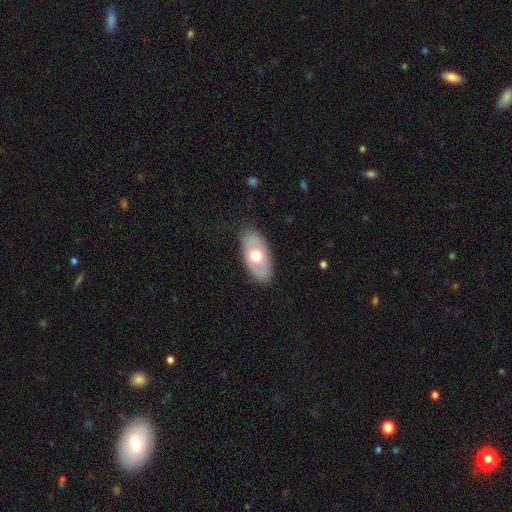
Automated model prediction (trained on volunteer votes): A smooth galaxy with no disk features (53%) that is in between round and cigar-shaped (92%). Merging: none (82%).